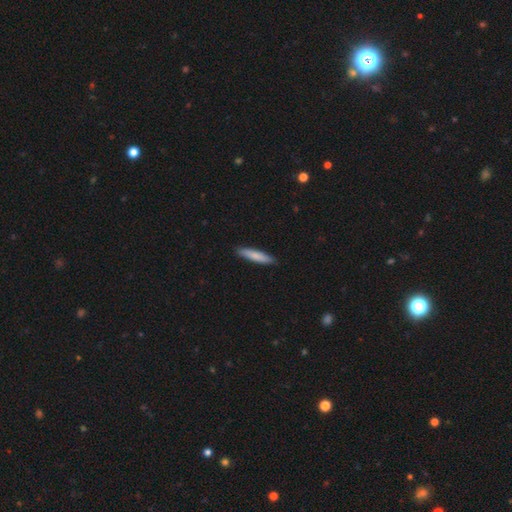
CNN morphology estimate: type=smooth (79%); roundness=cigar-shaped (85%); merging=none (90%).